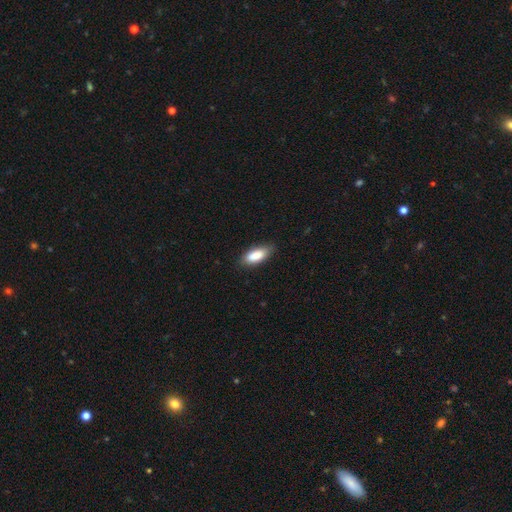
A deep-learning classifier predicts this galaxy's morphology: This appears to be a smooth galaxy with no disk features (86%) that is in between round and cigar-shaped (80%). Merging: none (82%).